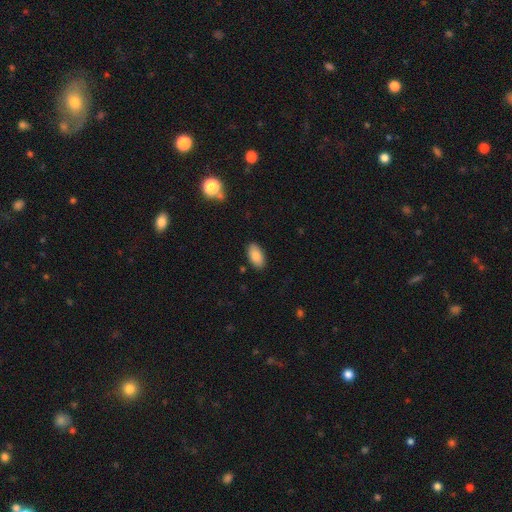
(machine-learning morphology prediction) A smooth galaxy with no disk features (87%) that is in between round and cigar-shaped (94%). Merging: none (88%).